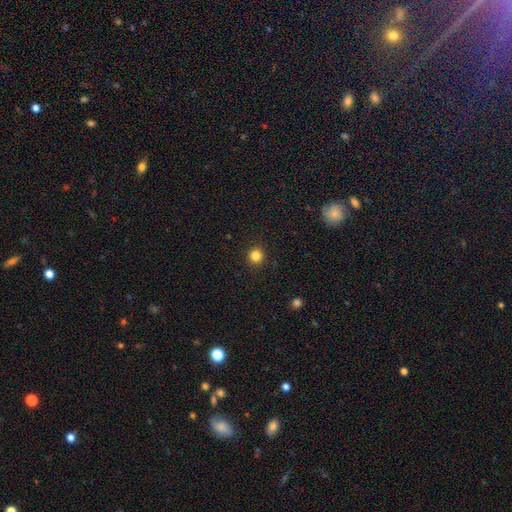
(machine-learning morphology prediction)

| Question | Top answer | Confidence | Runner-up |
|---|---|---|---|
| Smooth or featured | smooth | 84% | star or artifact (12%) |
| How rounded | round | 92% | in between (7%) |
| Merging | none | 92% | minor disturbance (5%) |